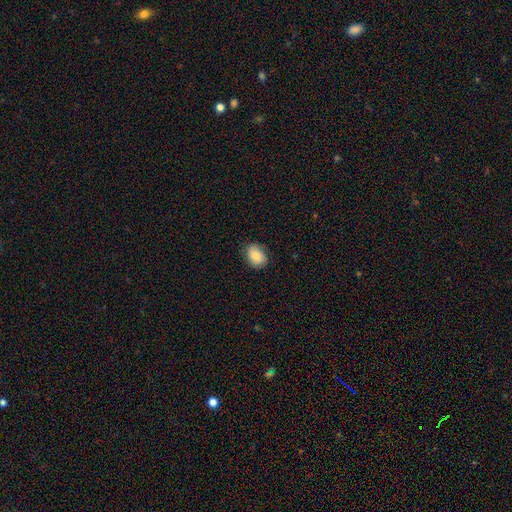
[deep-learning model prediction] The model was most divided on "how rounded": in between: 67%, round: 32%, cigar-shaped: 1%. More confident: smooth or featured — smooth (82%); merging — none (79%).